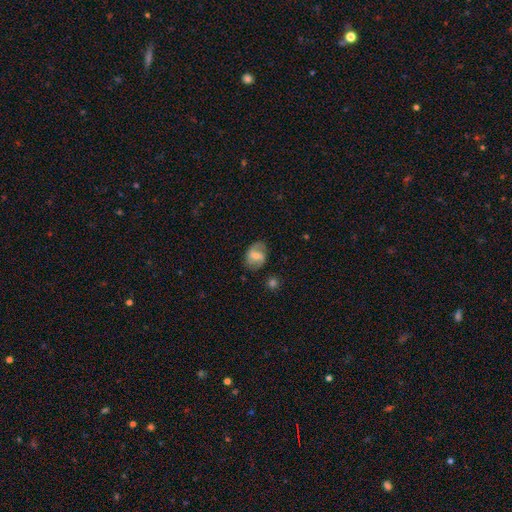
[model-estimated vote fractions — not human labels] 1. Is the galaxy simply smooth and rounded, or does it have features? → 56% featured or disk, 36% smooth, 8% star or artifact.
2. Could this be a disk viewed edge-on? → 96% no, 4% yes.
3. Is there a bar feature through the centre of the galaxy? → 50% weak, 26% strong, 24% no.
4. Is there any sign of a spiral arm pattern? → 82% yes, 18% no.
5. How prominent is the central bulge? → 52% moderate, 38% small, 5% none, 4% large, 1% dominant.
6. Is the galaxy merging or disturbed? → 75% none, 18% minor disturbance, 5% major disturbance, 2% merger.